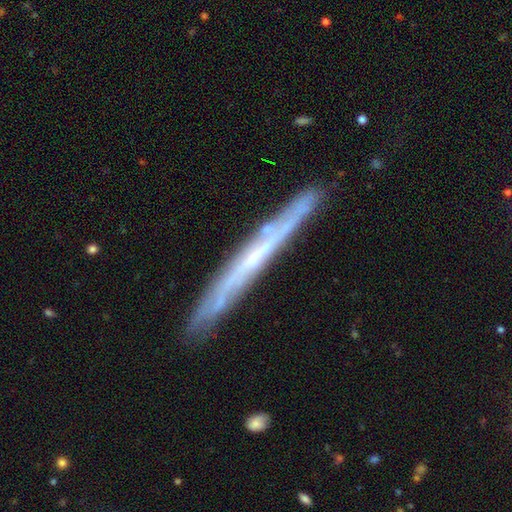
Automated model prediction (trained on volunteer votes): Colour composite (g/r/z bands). It shows a featured or disk galaxy (73%) viewed edge-on (88%) with no central bulge (70%). Merging: none (85%).